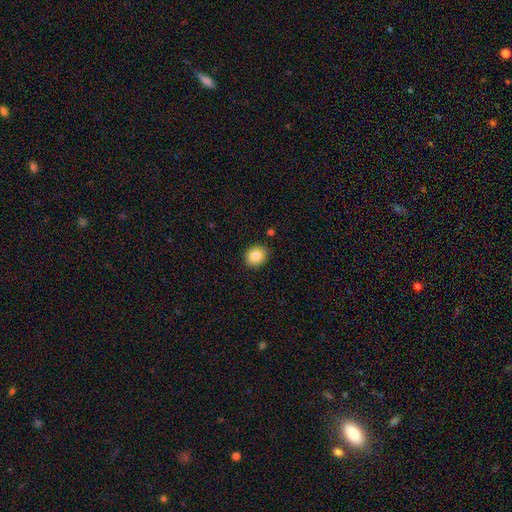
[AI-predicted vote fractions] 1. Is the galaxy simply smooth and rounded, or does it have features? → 84% smooth, 9% star or artifact, 7% featured or disk.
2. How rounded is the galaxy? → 70% round, 29% in between, 1% cigar-shaped.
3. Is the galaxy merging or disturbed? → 89% none, 7% minor disturbance, 2% major disturbance, 1% merger.